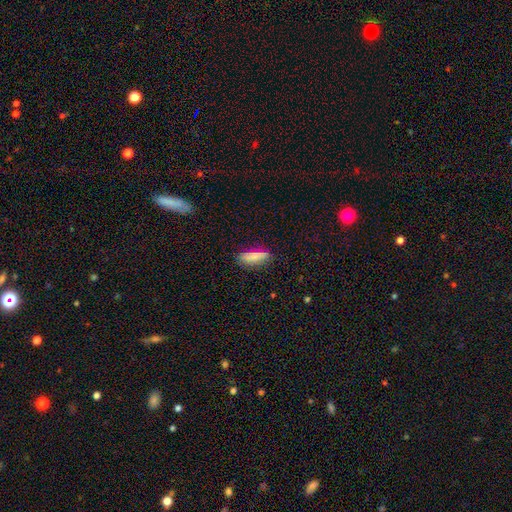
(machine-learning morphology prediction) Q: Smooth or featured?
A: smooth (71%); runner-up: featured or disk (19%)
Q: How rounded?
A: in between (54%); runner-up: cigar-shaped (43%)
Q: Merging?
A: none (81%); runner-up: minor disturbance (14%)